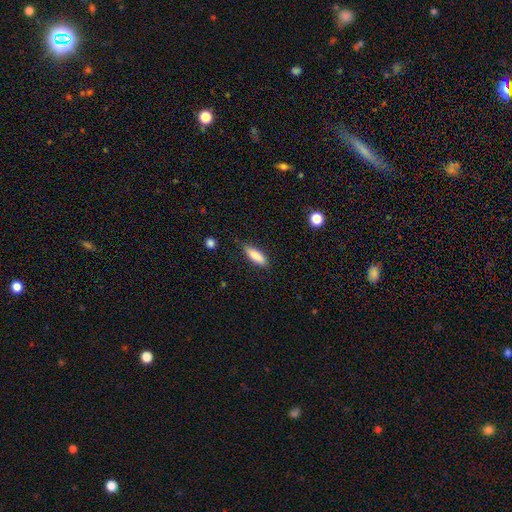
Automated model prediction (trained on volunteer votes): smooth 84%, featured or disk 10%, star or artifact 6%. Down the decision tree: how rounded — in between (51%); merging — none (80%).